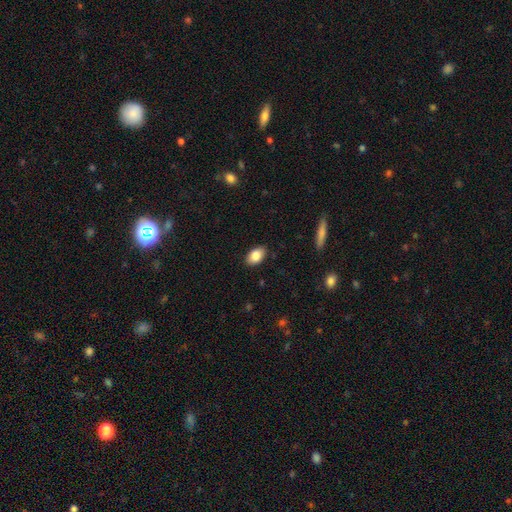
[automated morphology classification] The model was most divided on "merging": none: 87%, minor disturbance: 10%, major disturbance: 2%, merger: 1%. More confident: how rounded — in between (90%); smooth or featured — smooth (86%).